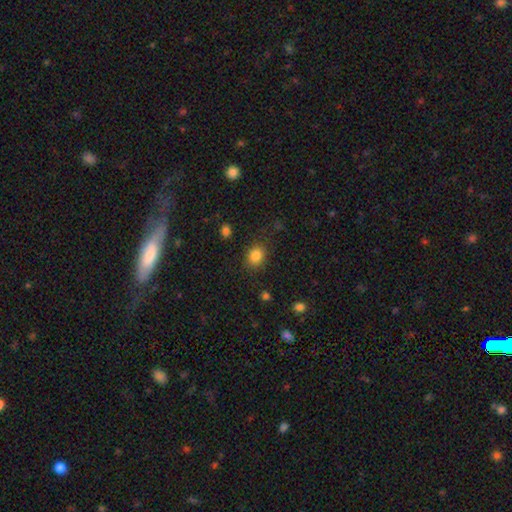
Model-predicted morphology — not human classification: type=smooth (85%); roundness=round (61%); merging=none (85%).